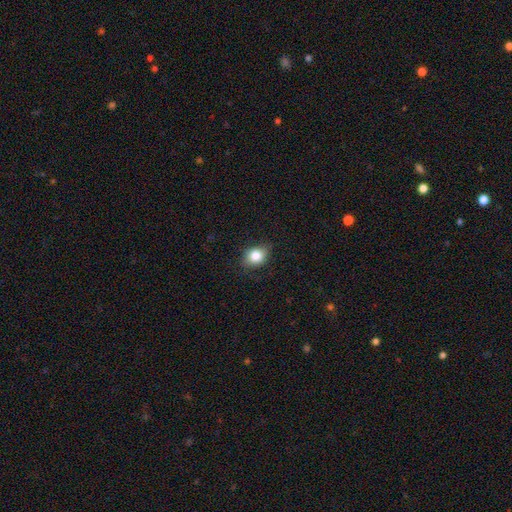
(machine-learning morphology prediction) smooth_or_featured: smooth (p=0.82) [alt: star or artifact p=0.10]
how_rounded: in between (p=0.53) [alt: round p=0.46]
merging: none (p=0.78) [alt: minor disturbance p=0.17]